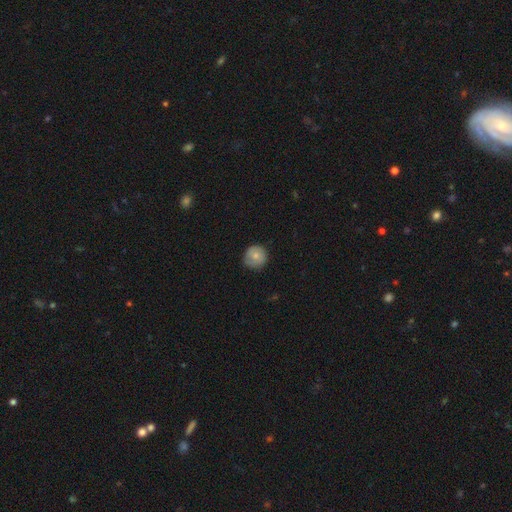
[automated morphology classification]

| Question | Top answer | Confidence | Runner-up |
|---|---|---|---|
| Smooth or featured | smooth | 73% | featured or disk (19%) |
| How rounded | round | 93% | in between (6%) |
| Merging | none | 82% | minor disturbance (15%) |